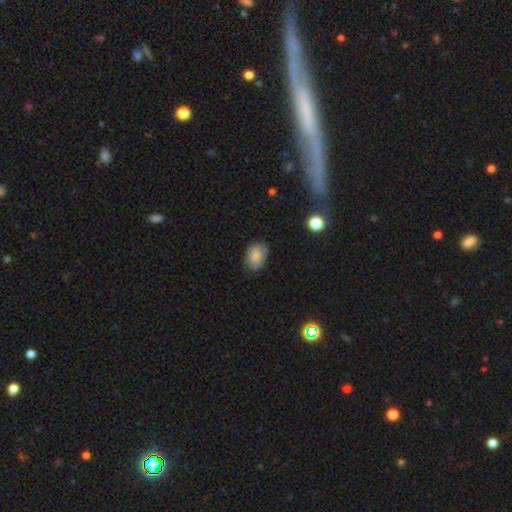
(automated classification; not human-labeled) Smooth or featured? smooth (82%)
How rounded? in between (78%)
Merging? none (70%)